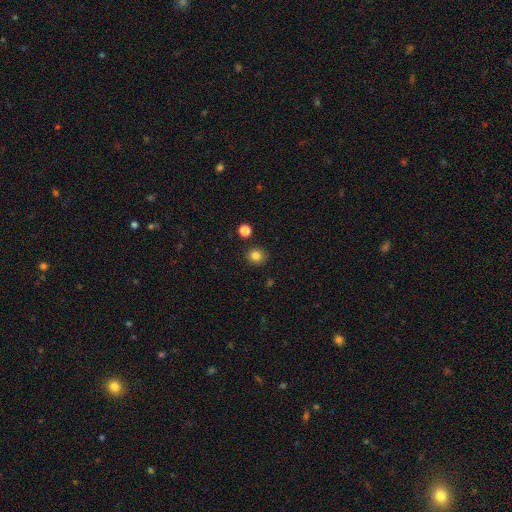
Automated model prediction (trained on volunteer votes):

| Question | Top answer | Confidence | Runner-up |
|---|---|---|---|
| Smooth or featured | smooth | 82% | star or artifact (12%) |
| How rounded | round | 80% | in between (19%) |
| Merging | none | 88% | minor disturbance (7%) |